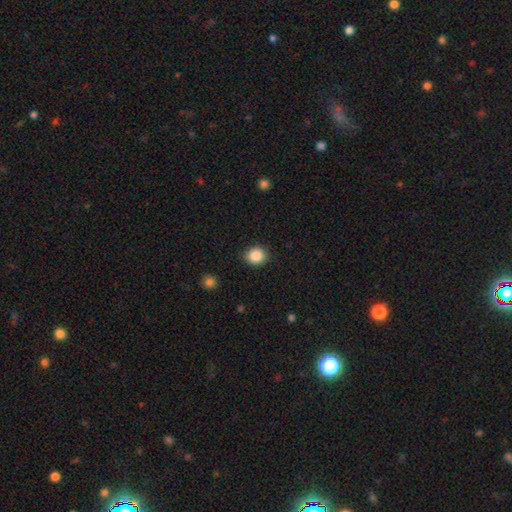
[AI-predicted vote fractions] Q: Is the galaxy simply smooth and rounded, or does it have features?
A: smooth — 87%.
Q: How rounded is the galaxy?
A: round — 79%.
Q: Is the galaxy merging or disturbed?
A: none — 88%.